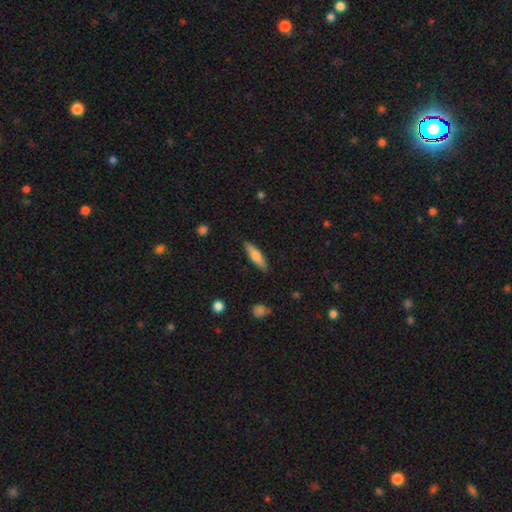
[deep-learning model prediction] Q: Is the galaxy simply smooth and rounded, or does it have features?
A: smooth — 70%.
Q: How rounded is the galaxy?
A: cigar-shaped — 69%.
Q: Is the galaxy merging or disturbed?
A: none — 87%.